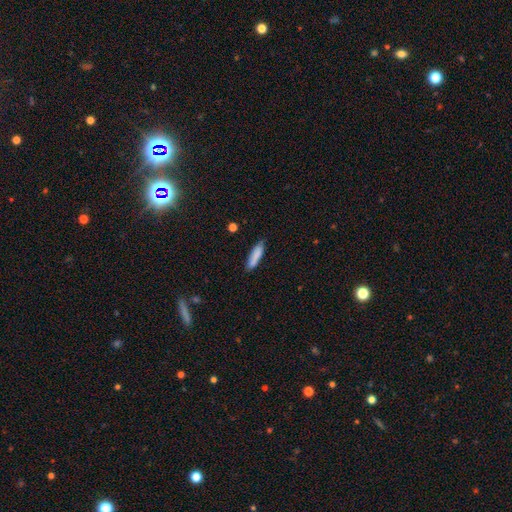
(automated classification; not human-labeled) This is clearly a smooth galaxy (83%). How rounded: likely cigar-shaped (73%). Merging: likely none (78%).